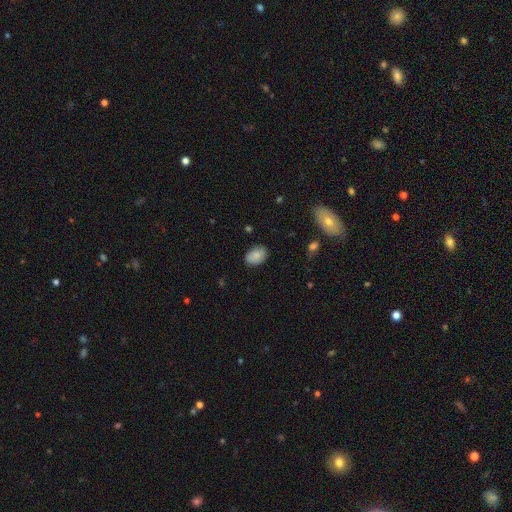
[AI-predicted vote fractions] smooth-or-featured: smooth: 83% | featured or disk: 9% | star or artifact: 8%
  how-rounded: in between: 84% | round: 15% | cigar-shaped: 1%
  merging: none: 81% | minor disturbance: 15% | major disturbance: 3% | merger: 1%